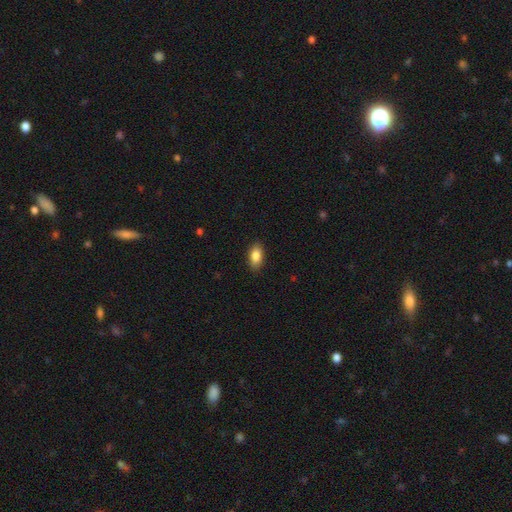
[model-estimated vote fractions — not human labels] smooth 86%, star or artifact 7%, featured or disk 6%. Down the decision tree: how rounded — in between (91%); merging — none (88%).